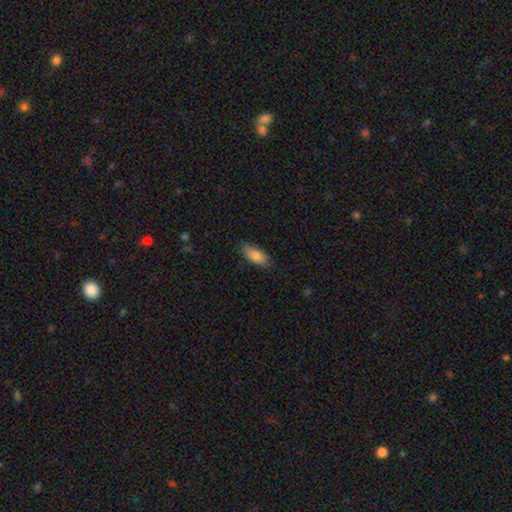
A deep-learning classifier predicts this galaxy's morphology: smooth 84%, featured or disk 9%, star or artifact 7%. Down the decision tree: how rounded — in between (80%); merging — none (76%).